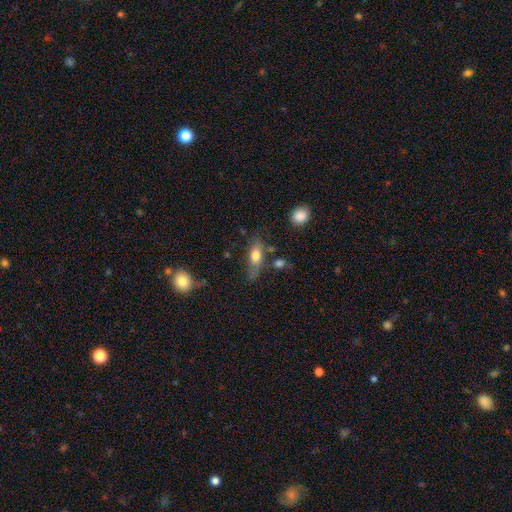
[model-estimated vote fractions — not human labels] Q: Smooth or featured?
A: smooth (69%); runner-up: featured or disk (23%)
Q: How rounded?
A: in between (73%); runner-up: cigar-shaped (20%)
Q: Merging?
A: none (60%); runner-up: minor disturbance (23%)